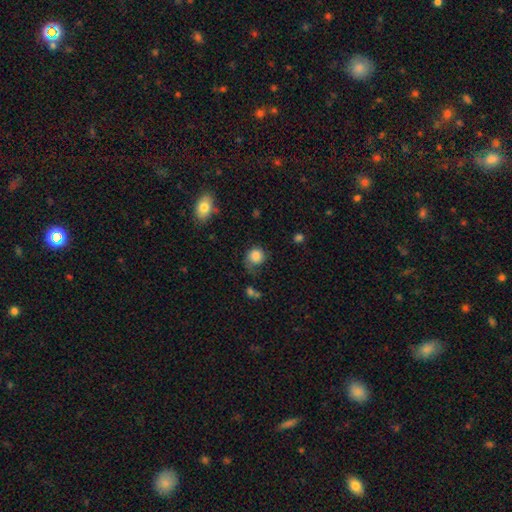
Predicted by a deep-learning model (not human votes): Smooth or featured? smooth (81%)
How rounded? round (80%)
Merging? none (47%)